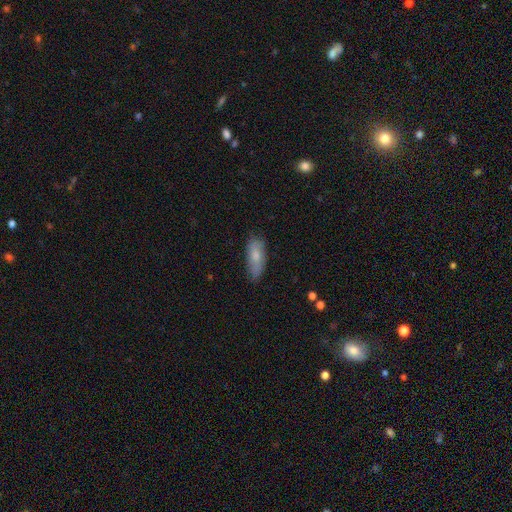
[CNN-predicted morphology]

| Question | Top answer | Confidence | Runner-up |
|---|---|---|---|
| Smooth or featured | smooth | 75% | featured or disk (19%) |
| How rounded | in between | 73% | cigar-shaped (25%) |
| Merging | none | 72% | minor disturbance (22%) |